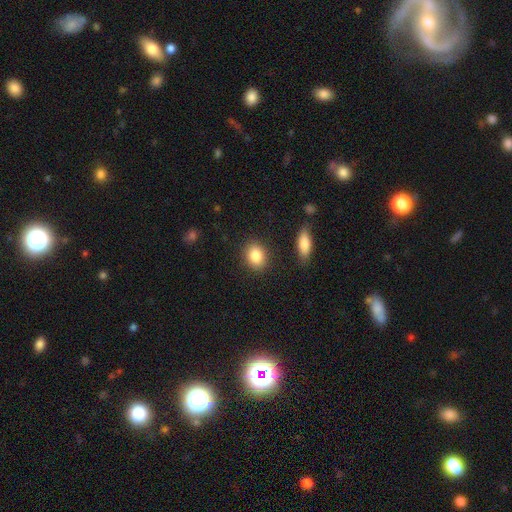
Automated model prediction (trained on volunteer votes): Q: Smooth or featured?
A: smooth (86%); runner-up: star or artifact (8%)
Q: How rounded?
A: in between (57%); runner-up: round (41%)
Q: Merging?
A: none (85%); runner-up: minor disturbance (9%)